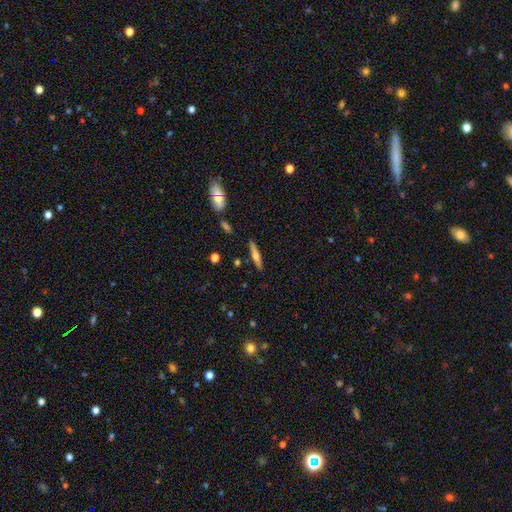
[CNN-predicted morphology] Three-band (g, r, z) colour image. It shows a featured or disk galaxy (50%) viewed edge-on (95%). Merging: none (87%).